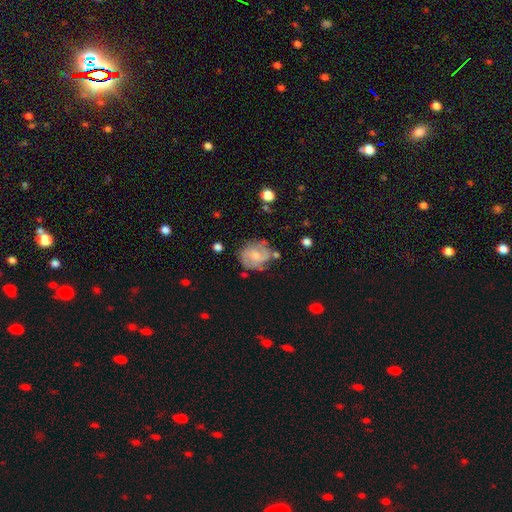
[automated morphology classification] smooth-or-featured: featured or disk: 64% | smooth: 29% | star or artifact: 7%
  disk-edge-on: no: 97% | yes: 3%
    bar: no: 50% | weak: 42% | strong: 8%
    has-spiral-arms: yes: 85% | no: 15%
      spiral-winding: medium: 45% | tight: 37% | loose: 17%
      spiral-arm-count: 2: 67% | can't tell: 18% | 3: 7% | 1: 4% | 4: 2% | more than 4: 2%
    bulge-size: small: 47% | moderate: 42% | none: 7% | large: 3% | dominant: 1%
  merging: none: 63% | minor disturbance: 23% | major disturbance: 9% | merger: 5%